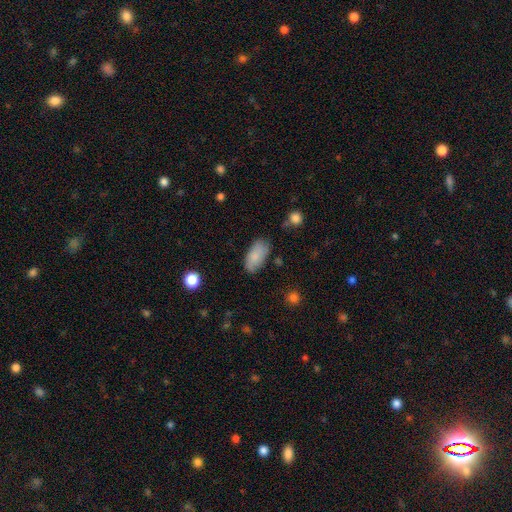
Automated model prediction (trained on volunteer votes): Overall: smooth (83%). How rounded: in between (93%). Merging: none (73%).